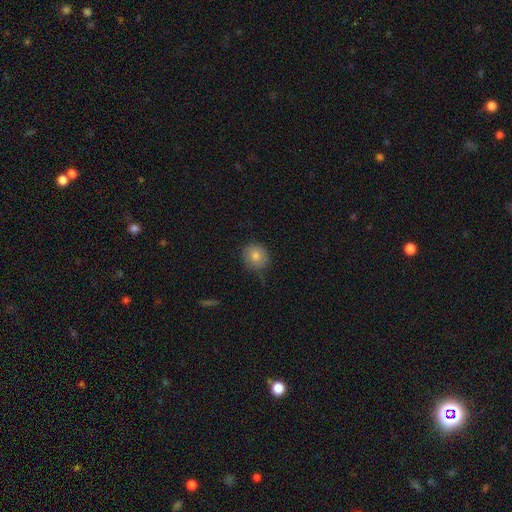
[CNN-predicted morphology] This appears to be a smooth galaxy with no disk features (78%) that is round (88%). Merging: none (78%).